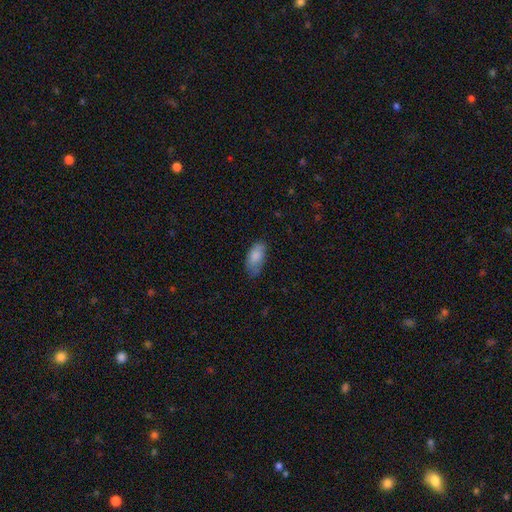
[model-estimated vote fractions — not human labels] A smooth galaxy with no disk features (83%) that is in between round and cigar-shaped (91%). Merging: none (68%).